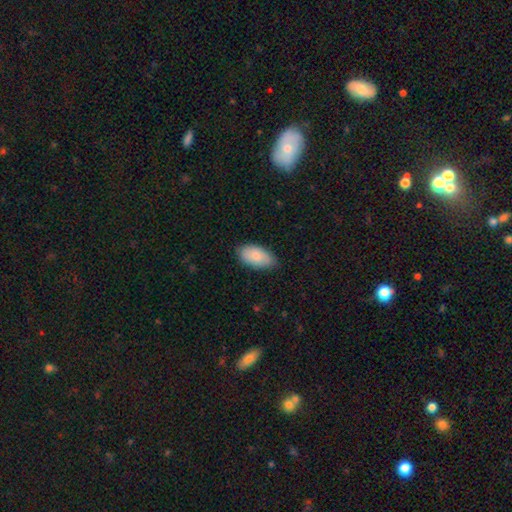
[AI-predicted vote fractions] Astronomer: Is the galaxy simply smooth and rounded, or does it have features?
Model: smooth — 83%.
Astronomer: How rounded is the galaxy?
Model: in between — 95%.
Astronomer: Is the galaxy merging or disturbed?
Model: none — 78%.